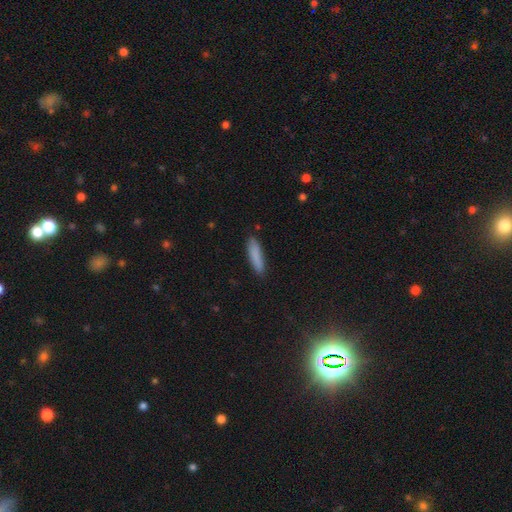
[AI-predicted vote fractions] Morphology: type=smooth (86%); roundness=cigar-shaped (72%); merging=none (84%).